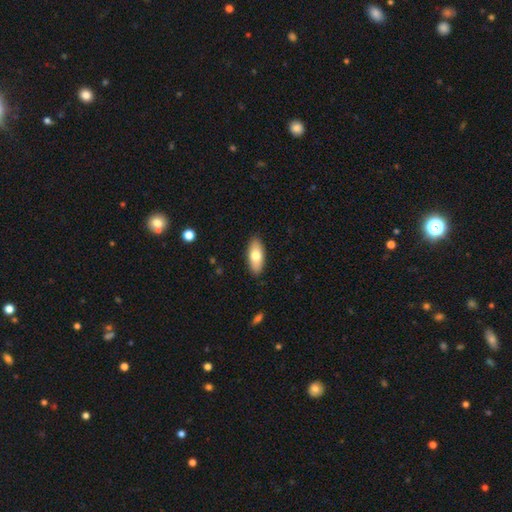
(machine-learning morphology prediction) This appears to be a smooth galaxy with no disk features (72%) that is in between round and cigar-shaped (84%). Merging: none (89%).